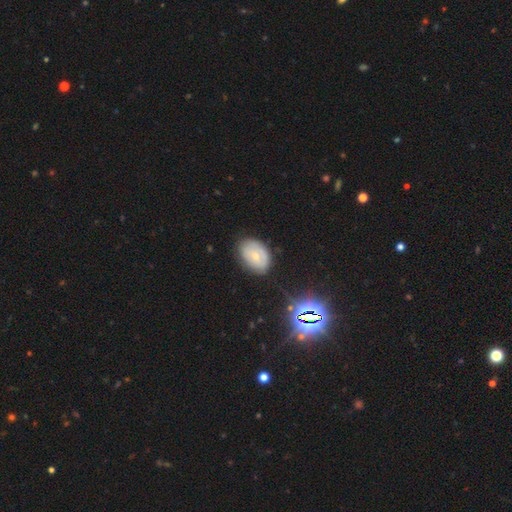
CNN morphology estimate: type=smooth (53%); roundness=in between (81%); merging=none (75%).